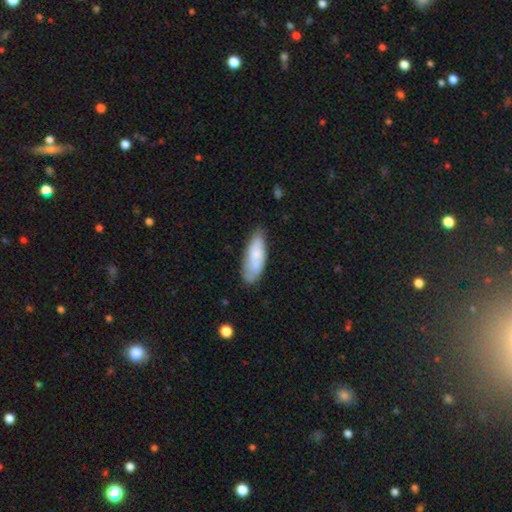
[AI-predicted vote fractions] Morphology: type=smooth (70%); roundness=in between (67%); merging=none (66%).